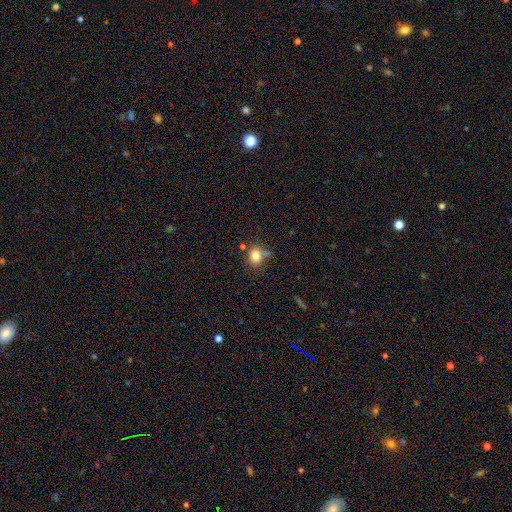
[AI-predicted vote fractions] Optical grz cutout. It shows a smooth galaxy with no disk features (80%) that is round (63%). Merging: none (59%).